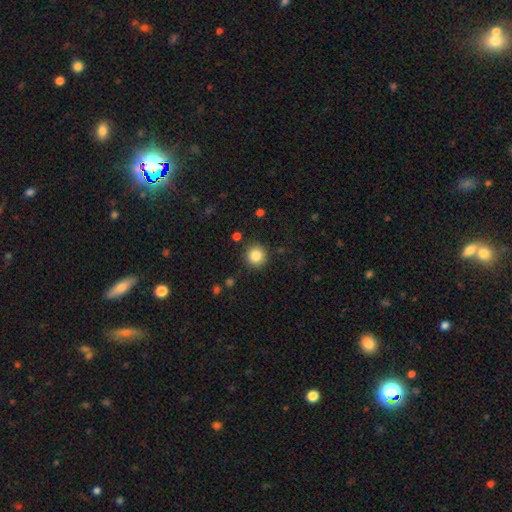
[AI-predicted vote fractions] Morphology: type=smooth (85%); roundness=round (94%); merging=none (90%).